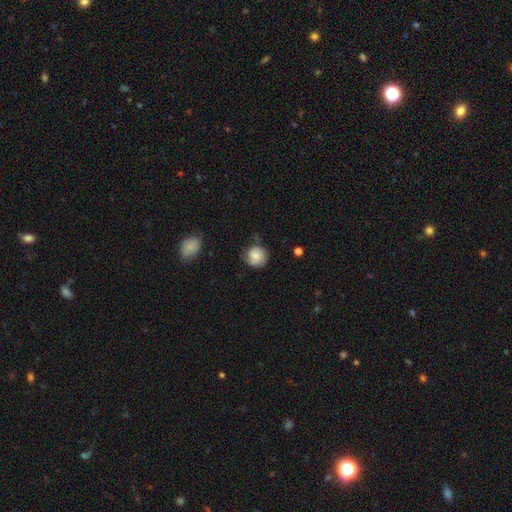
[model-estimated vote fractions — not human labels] A smooth galaxy with no disk features (71%) that is round (85%). Merging: none (64%).